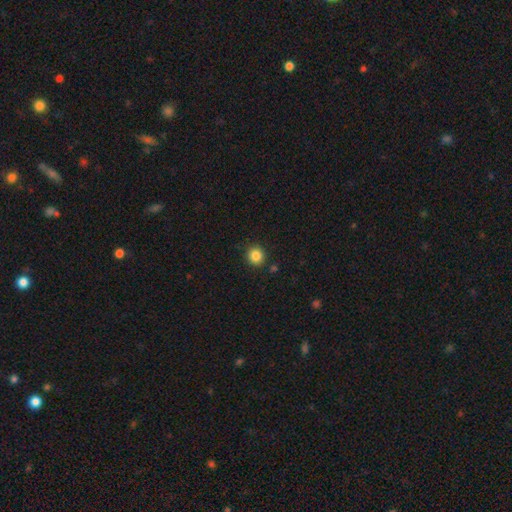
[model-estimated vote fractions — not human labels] Morphology: type=smooth (85%); roundness=round (91%); merging=none (90%).